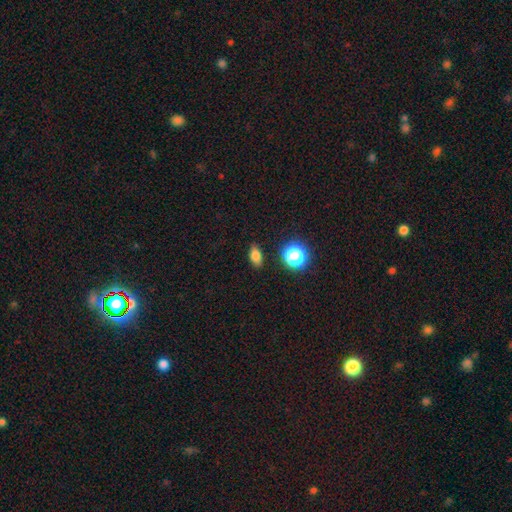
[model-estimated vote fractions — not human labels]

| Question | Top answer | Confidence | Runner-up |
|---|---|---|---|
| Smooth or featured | smooth | 77% | star or artifact (14%) |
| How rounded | in between | 79% | round (15%) |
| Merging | none | 87% | minor disturbance (10%) |